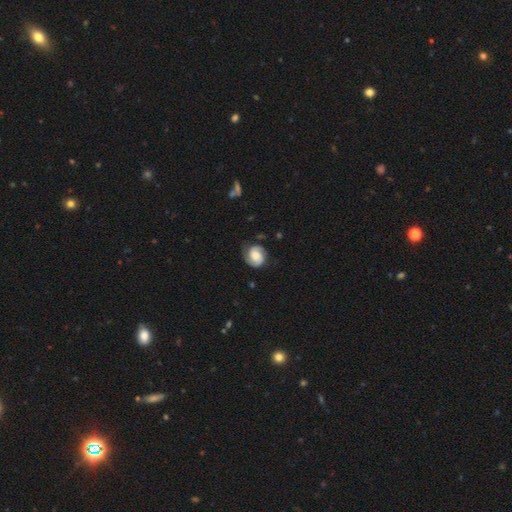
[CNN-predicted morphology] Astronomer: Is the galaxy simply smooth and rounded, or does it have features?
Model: featured or disk — 69%.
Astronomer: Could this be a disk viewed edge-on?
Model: no — 98%.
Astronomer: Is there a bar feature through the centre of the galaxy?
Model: no — 58% (runner-up: weak, 34%).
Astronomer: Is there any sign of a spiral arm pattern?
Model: yes — 95%.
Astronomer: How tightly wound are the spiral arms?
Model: tight — 48% (runner-up: medium, 38%).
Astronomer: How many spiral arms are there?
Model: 2 — 80%.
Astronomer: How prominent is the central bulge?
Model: moderate — 37% (runner-up: large, 24%).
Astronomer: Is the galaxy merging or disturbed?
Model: none — 71%.